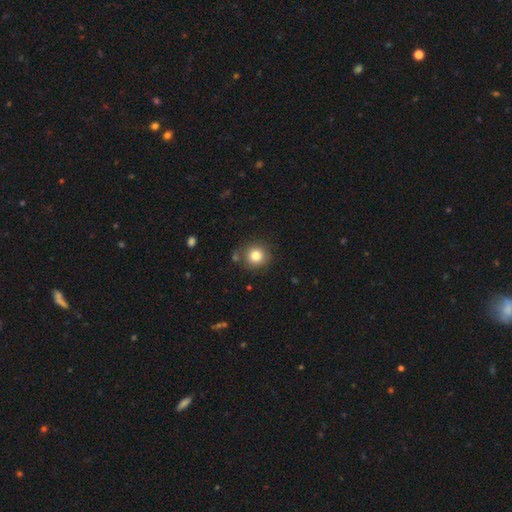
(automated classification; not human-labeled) Smooth or featured? Predicted: smooth (p=0.81). How rounded? Predicted: round (p=0.92). Merging? Predicted: none (p=0.83).